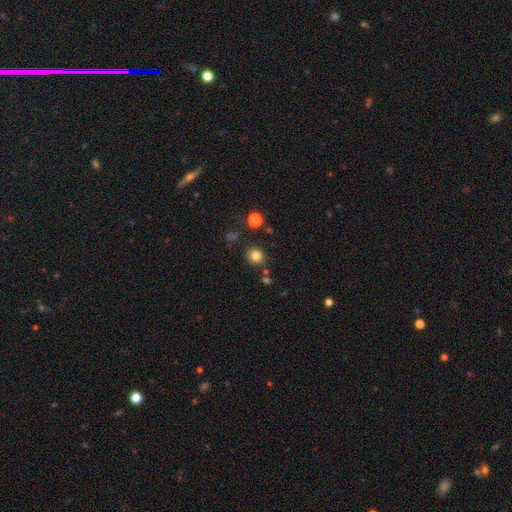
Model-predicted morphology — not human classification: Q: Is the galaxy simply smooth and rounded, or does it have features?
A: smooth — 82%.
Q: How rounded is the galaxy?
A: round — 82%.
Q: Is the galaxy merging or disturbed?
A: none — 83%.